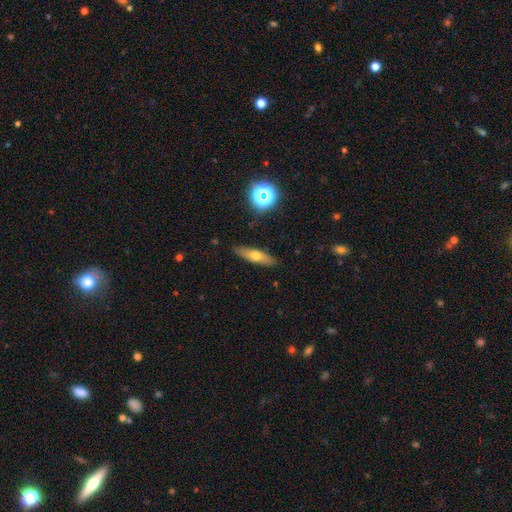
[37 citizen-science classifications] Smooth or featured: smooth — 65% (featured or disk — 32%)
How rounded: in between — 58% (cigar-shaped — 42%)
Merging: none — 97% (major disturbance — 3%)